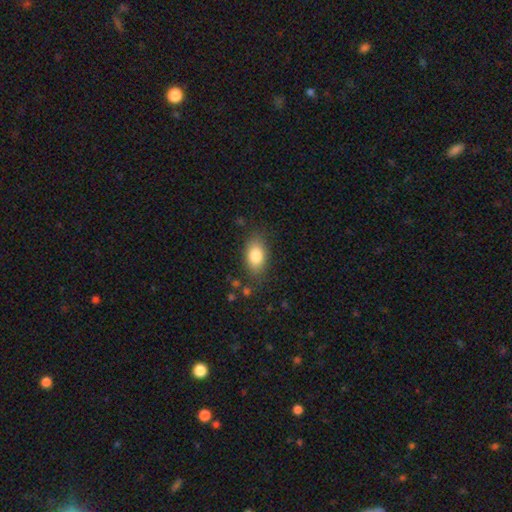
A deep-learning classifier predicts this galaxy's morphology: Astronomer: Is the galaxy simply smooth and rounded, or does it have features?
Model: smooth — 82%.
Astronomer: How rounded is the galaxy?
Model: in between — 88%.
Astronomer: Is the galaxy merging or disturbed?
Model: none — 81%.